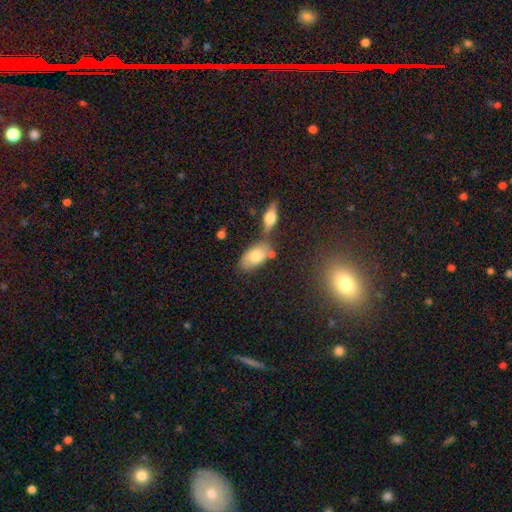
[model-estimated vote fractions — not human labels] smooth-or-featured: smooth: 73% | featured or disk: 19% | star or artifact: 7%
  how-rounded: in between: 92% | round: 4% | cigar-shaped: 4%
  merging: none: 61% | merger: 19% | minor disturbance: 16% | major disturbance: 4%